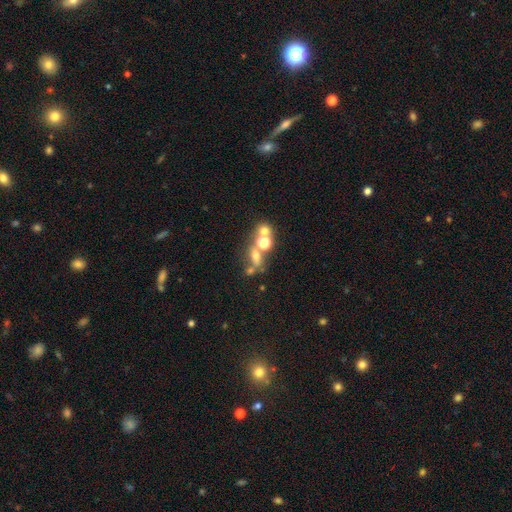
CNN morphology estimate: smooth-or-featured: smooth: 54% | star or artifact: 25% | featured or disk: 22%
  how-rounded: round: 51% | in between: 42% | cigar-shaped: 6%
  merging: merger: 41% | none: 40% | minor disturbance: 10% | major disturbance: 9%